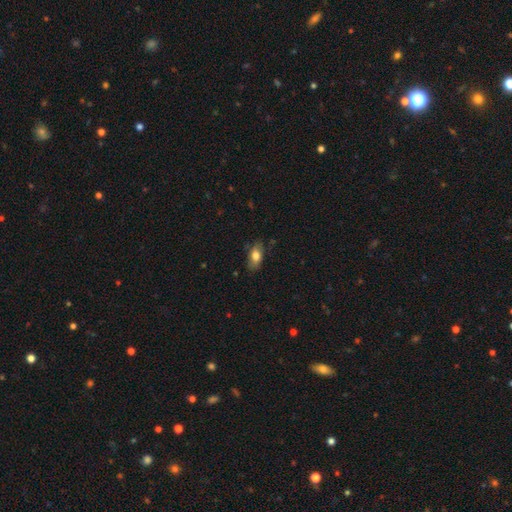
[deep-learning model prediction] A smooth galaxy with no disk features (78%) that is in between round and cigar-shaped (88%). Merging: none (75%).